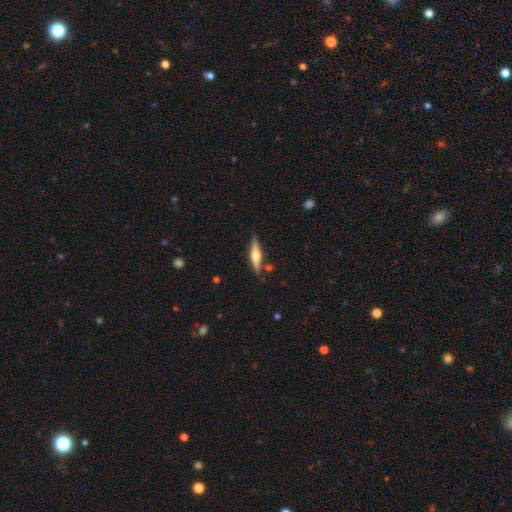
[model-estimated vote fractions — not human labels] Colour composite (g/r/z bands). It shows a featured or disk galaxy (60%) viewed edge-on (95%) with a rounded central bulge (92%). Merging: none (81%).